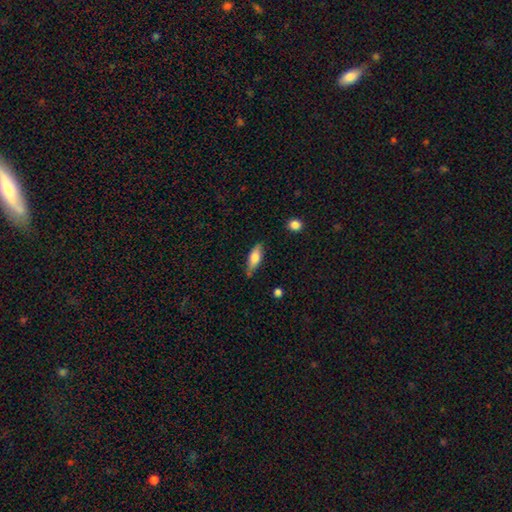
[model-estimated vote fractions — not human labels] This is likely a smooth galaxy (68%). How rounded: likely in between (65%). Merging: likely none (70%).